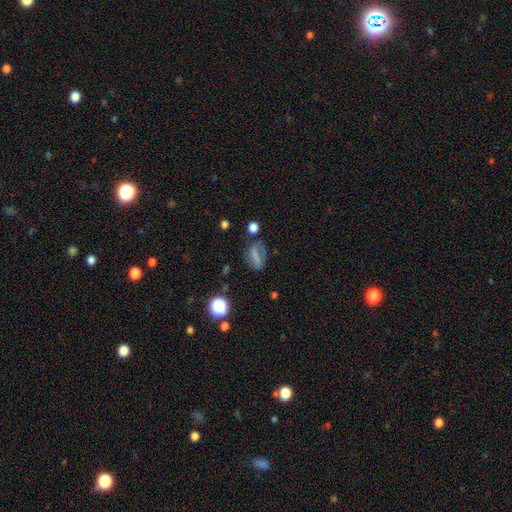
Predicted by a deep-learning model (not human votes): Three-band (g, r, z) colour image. It shows a smooth galaxy with no disk features (55%) that is in between round and cigar-shaped (65%). Merging: none (56%).